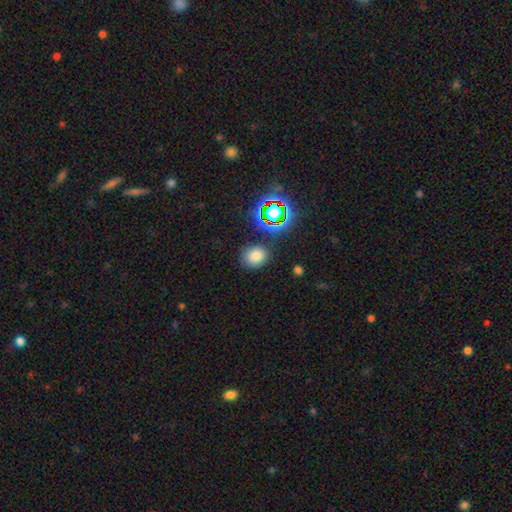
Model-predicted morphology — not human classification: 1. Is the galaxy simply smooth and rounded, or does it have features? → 75% smooth, 19% star or artifact, 6% featured or disk.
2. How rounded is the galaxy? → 61% round, 38% in between, 1% cigar-shaped.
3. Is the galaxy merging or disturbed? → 79% none, 13% minor disturbance, 4% major disturbance, 4% merger.